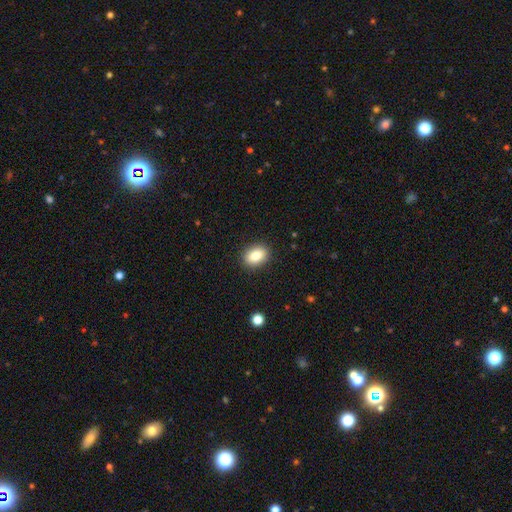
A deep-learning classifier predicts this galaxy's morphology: Smooth or featured?
  - smooth: 85% *
  - star or artifact: 8%
  - featured or disk: 7%
How rounded?
  - in between: 74% *
  - round: 24%
  - cigar-shaped: 1%
Merging?
  - none: 90% *
  - minor disturbance: 7%
  - major disturbance: 2%
  - merger: 1%